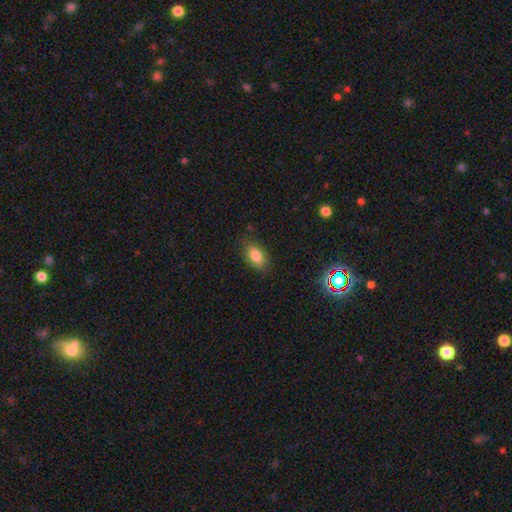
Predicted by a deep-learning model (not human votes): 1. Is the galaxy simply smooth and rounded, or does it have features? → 83% smooth, 9% star or artifact, 8% featured or disk.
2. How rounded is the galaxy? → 89% in between, 6% round, 5% cigar-shaped.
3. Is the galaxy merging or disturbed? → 82% none, 14% minor disturbance, 3% major disturbance, 1% merger.